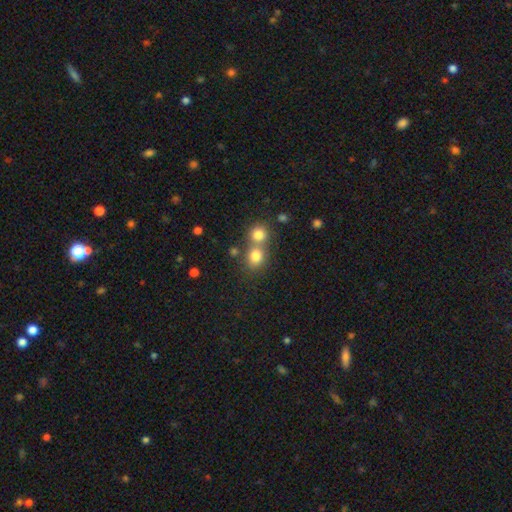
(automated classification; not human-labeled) Q: Smooth or featured?
A: smooth (79%); runner-up: star or artifact (13%)
Q: How rounded?
A: round (74%); runner-up: in between (25%)
Q: Merging?
A: merger (46%); runner-up: none (44%)